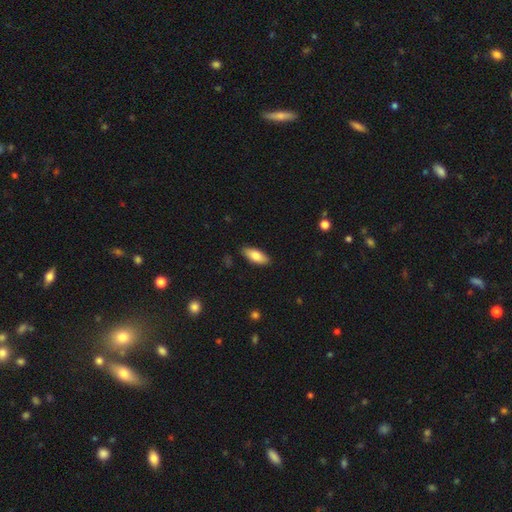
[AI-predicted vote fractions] Overall: smooth (80%). How rounded: in between (79%). Merging: none (87%).